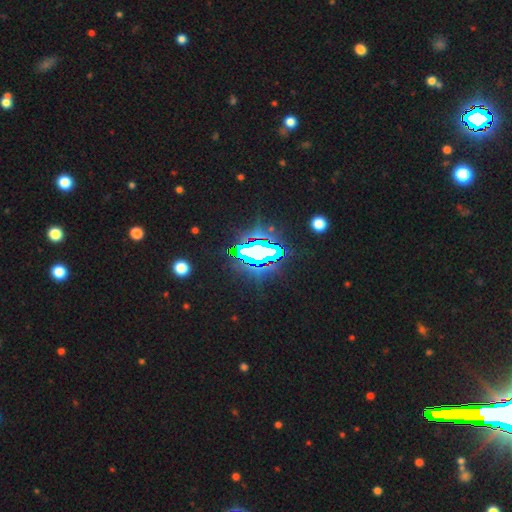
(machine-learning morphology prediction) This is likely a star or artifact rather than a galaxy (68%).